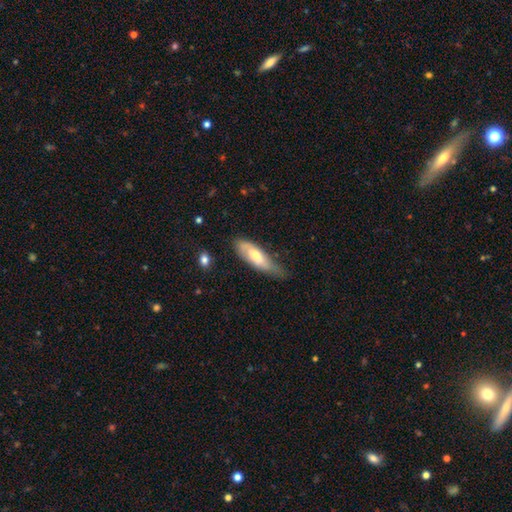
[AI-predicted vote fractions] smooth 56%, featured or disk 38%, star or artifact 6%. Down the decision tree: how rounded — in between (52%); merging — none (50%).